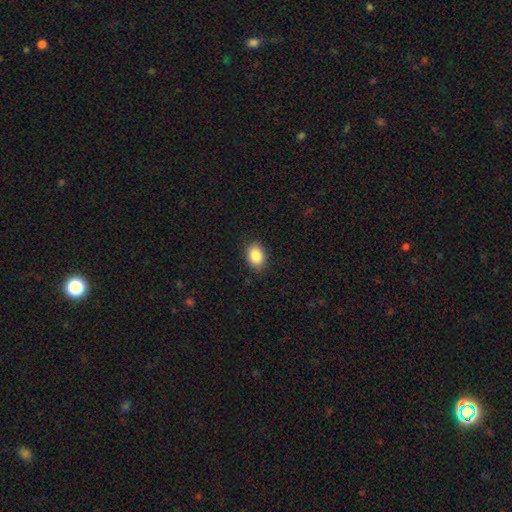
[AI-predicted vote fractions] The model was most divided on "how rounded": in between: 72%, round: 27%, cigar-shaped: 1%. More confident: smooth or featured — smooth (87%); merging — none (85%).